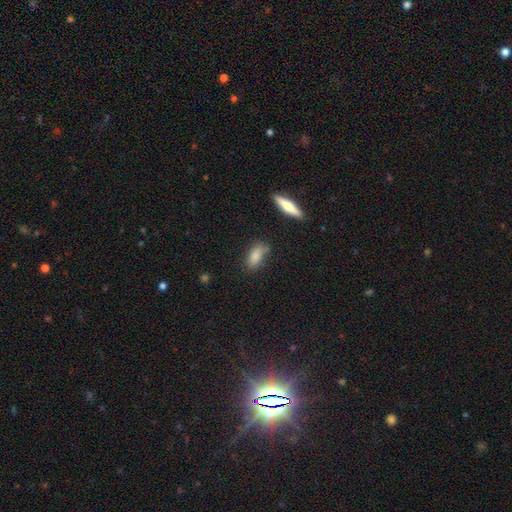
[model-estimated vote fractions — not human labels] smooth_or_featured: smooth (p=0.82) [alt: featured or disk p=0.10]
how_rounded: in between (p=0.79) [alt: cigar-shaped p=0.17]
merging: none (p=0.63) [alt: minor disturbance p=0.26]